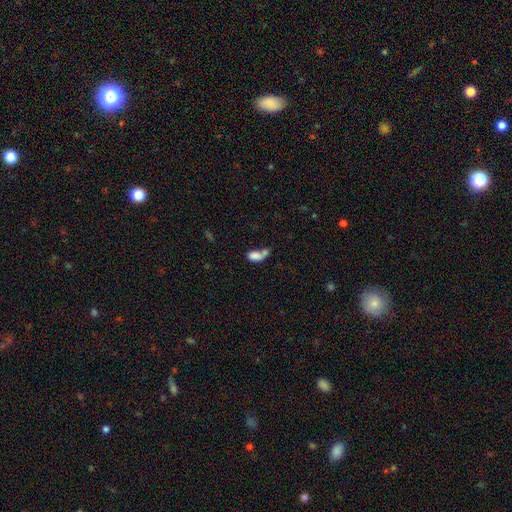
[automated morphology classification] The model was most divided on "merging": merger: 56%, none: 22%, minor disturbance: 12%, major disturbance: 10%. More confident: how rounded — in between (87%); smooth or featured — smooth (79%).